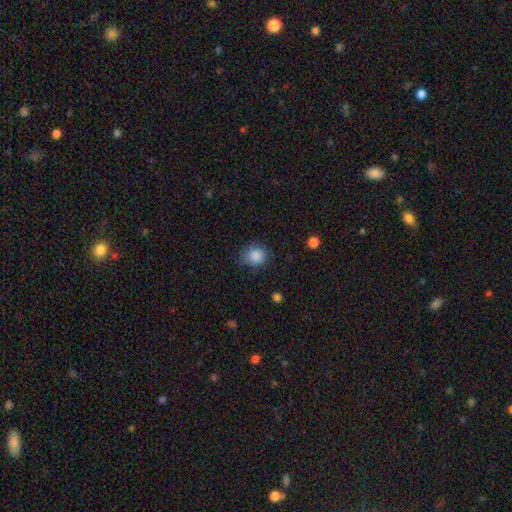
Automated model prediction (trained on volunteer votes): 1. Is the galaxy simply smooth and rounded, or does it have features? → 87% smooth, 9% star or artifact, 4% featured or disk.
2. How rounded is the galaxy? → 79% round, 20% in between, 1% cigar-shaped.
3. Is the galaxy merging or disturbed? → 75% none, 19% minor disturbance, 5% major disturbance, 1% merger.